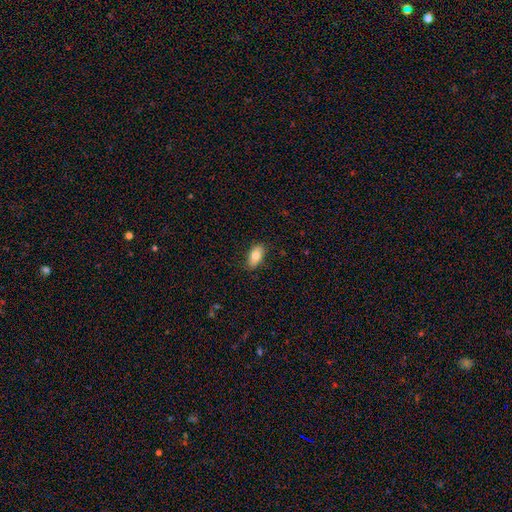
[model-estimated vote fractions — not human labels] This is likely a smooth galaxy (78%). How rounded: clearly in between (91%). Merging: clearly none (84%).